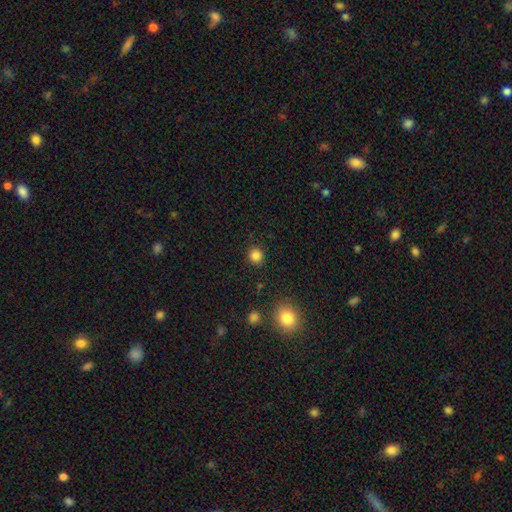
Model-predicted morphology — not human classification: Smooth or featured? Predicted: smooth (p=0.84). How rounded? Predicted: round (p=0.93). Merging? Predicted: none (p=0.91).